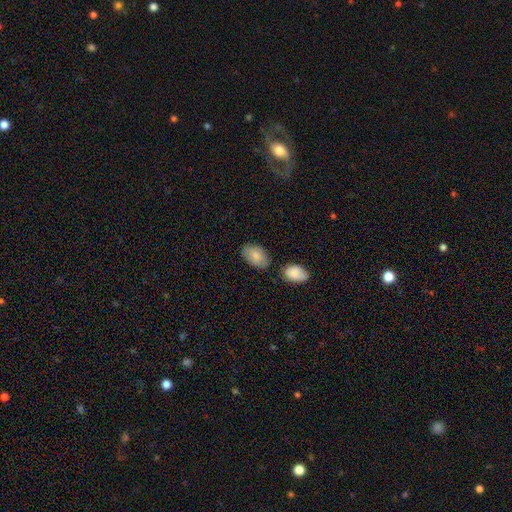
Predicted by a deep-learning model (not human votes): smooth-or-featured: smooth: 83% | featured or disk: 11% | star or artifact: 6%
  how-rounded: in between: 90% | round: 9% | cigar-shaped: 1%
  merging: none: 67% | minor disturbance: 19% | merger: 10% | major disturbance: 4%